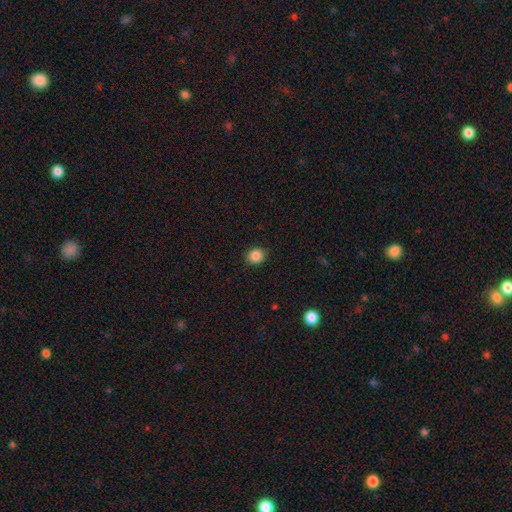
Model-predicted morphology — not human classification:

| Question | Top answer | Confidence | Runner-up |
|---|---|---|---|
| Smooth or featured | smooth | 87% | star or artifact (10%) |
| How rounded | round | 81% | in between (18%) |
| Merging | none | 90% | minor disturbance (7%) |